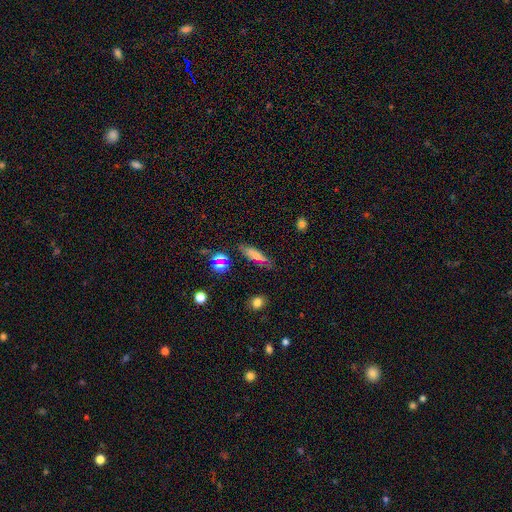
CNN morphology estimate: This is likely a smooth galaxy (68%). How rounded: likely cigar-shaped (62%). Merging: likely none (76%).